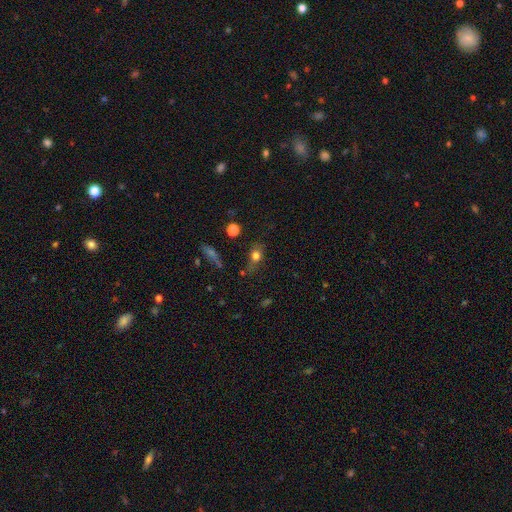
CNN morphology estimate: Smooth or featured?
  - smooth: 73% *
  - featured or disk: 14%
  - star or artifact: 13%
How rounded?
  - in between: 53% *
  - round: 40%
  - cigar-shaped: 7%
Merging?
  - none: 62% *
  - minor disturbance: 23%
  - major disturbance: 9%
  - merger: 6%